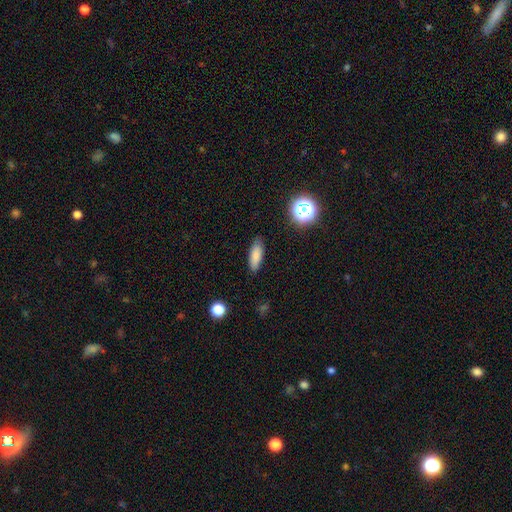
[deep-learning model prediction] Smooth or featured?
  - smooth: 82% *
  - star or artifact: 9%
  - featured or disk: 9%
How rounded?
  - in between: 65% *
  - cigar-shaped: 32%
  - round: 3%
Merging?
  - none: 85% *
  - minor disturbance: 11%
  - major disturbance: 2%
  - merger: 1%